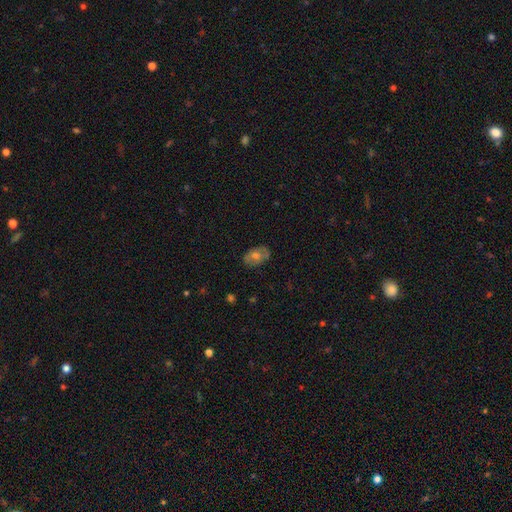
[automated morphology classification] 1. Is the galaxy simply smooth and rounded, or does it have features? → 50% smooth, 40% featured or disk, 10% star or artifact.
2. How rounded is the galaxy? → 80% in between, 18% round, 2% cigar-shaped.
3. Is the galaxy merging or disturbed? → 79% none, 16% minor disturbance, 4% major disturbance, 1% merger.